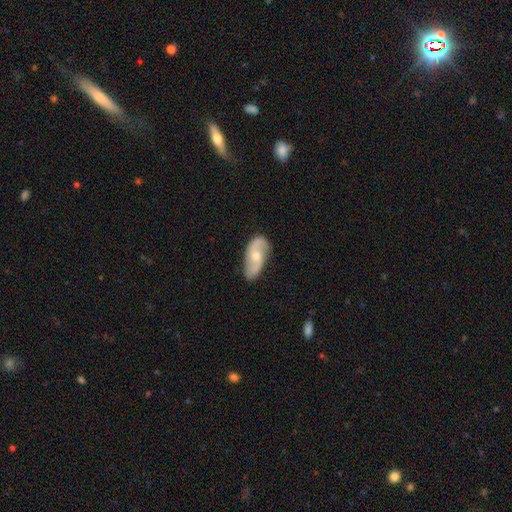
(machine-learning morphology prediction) smooth_or_featured: featured or disk (p=0.74) [alt: smooth p=0.20]
disk_edge_on: no (p=0.95) [alt: yes p=0.05]
bar: no (p=0.59) [alt: weak p=0.35]
has_spiral_arms: yes (p=0.93) [alt: no p=0.07]
spiral_winding: loose (p=0.46) [alt: medium p=0.39]
spiral_arm_count: 2 (p=0.89) [alt: can't tell p=0.05]
bulge_size: moderate (p=0.54) [alt: small p=0.40]
merging: none (p=0.77) [alt: minor disturbance p=0.17]